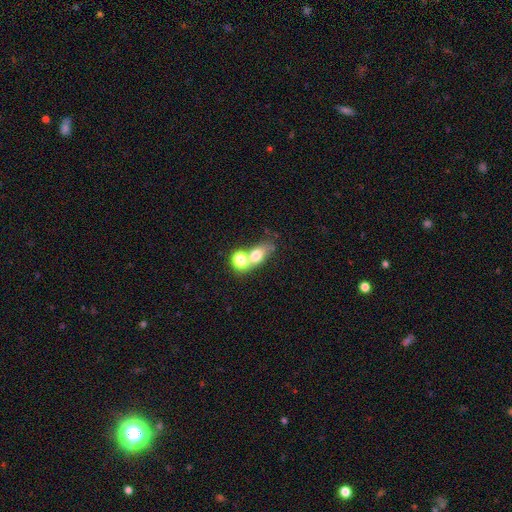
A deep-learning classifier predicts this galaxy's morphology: A smooth galaxy with no disk features (67%) that is in between round and cigar-shaped (57%).

Vote fractions:
- Smooth or featured? smooth: 67% / featured or disk: 19% / star or artifact: 15%
- How rounded? in between: 57% / round: 38% / cigar-shaped: 5%
- Merging? merger: 44% / none: 39% / minor disturbance: 10% / major disturbance: 7%